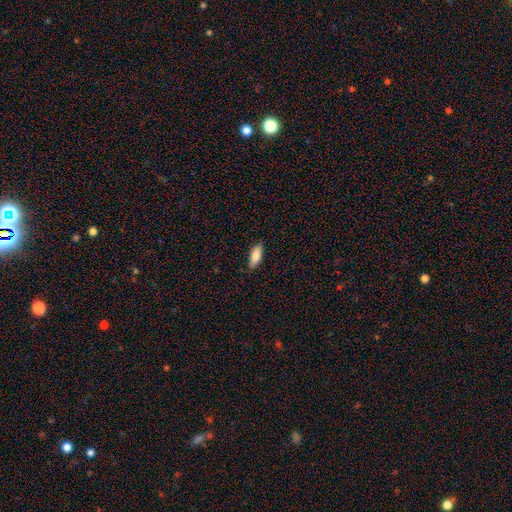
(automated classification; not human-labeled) Smooth or featured? smooth (85%)
How rounded? in between (70%)
Merging? none (84%)